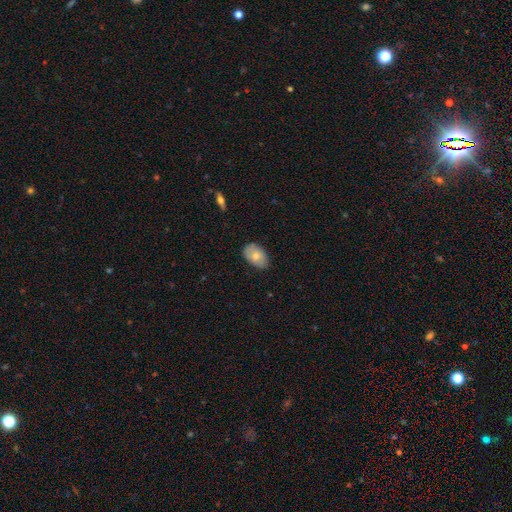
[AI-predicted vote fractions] Overall: smooth (73%). How rounded: in between (89%). Merging: none (78%).